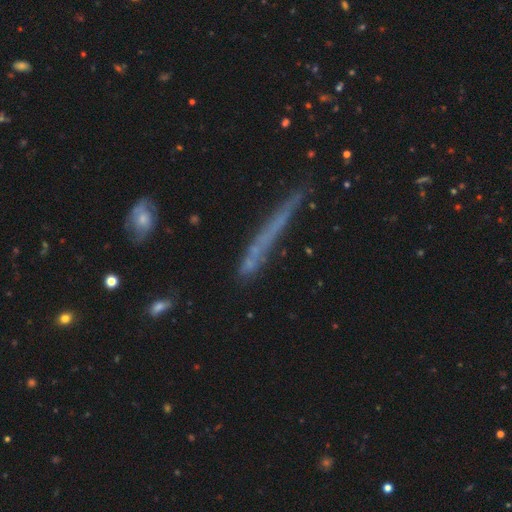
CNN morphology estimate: Q: Smooth or featured?
A: featured or disk (45%); runner-up: smooth (43%)
Q: Merging?
A: none (70%); runner-up: minor disturbance (19%)